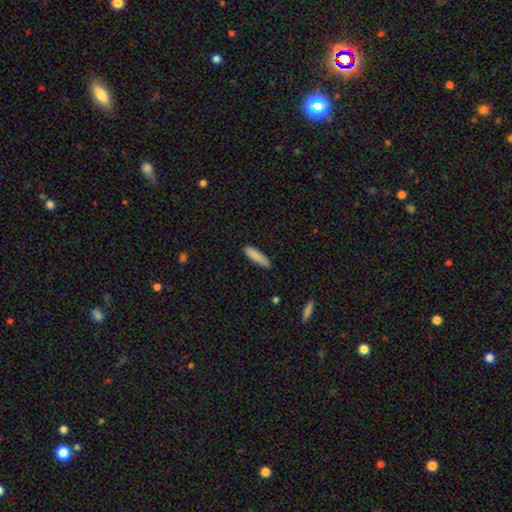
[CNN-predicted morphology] Smooth or featured?
  - smooth: 88% *
  - star or artifact: 6%
  - featured or disk: 6%
How rounded?
  - cigar-shaped: 68% *
  - in between: 30%
  - round: 1%
Merging?
  - none: 87% *
  - minor disturbance: 10%
  - major disturbance: 2%
  - merger: 1%